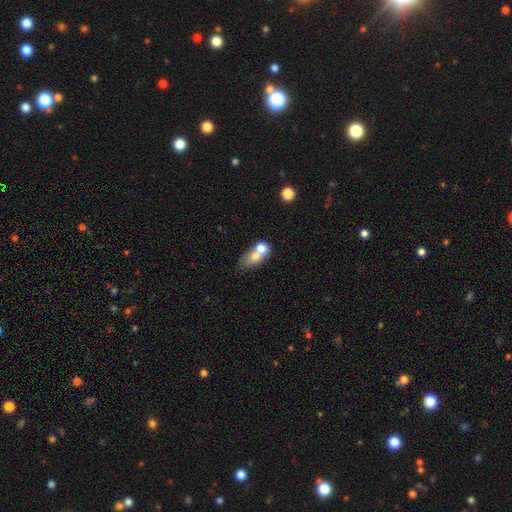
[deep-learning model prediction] Morphology: type=smooth (65%); roundness=in between (68%); merging=merger (58%).